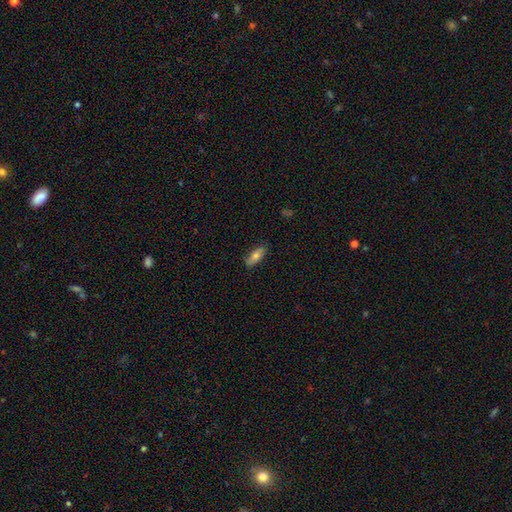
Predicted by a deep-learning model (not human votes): smooth_or_featured: smooth (p=0.71) [alt: featured or disk p=0.23]
how_rounded: in between (p=0.73) [alt: cigar-shaped p=0.25]
merging: none (p=0.83) [alt: minor disturbance p=0.14]